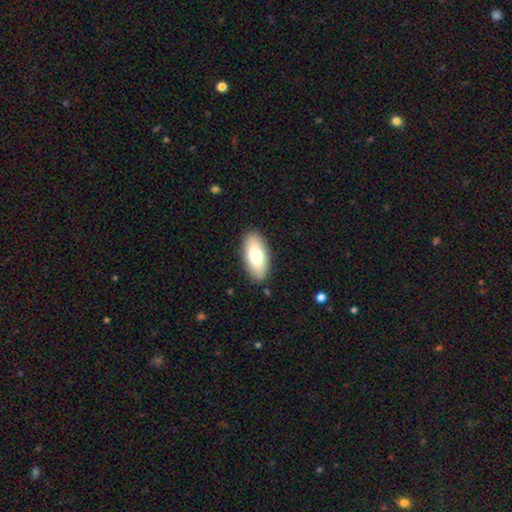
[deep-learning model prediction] A smooth galaxy with no disk features (74%) that is in between round and cigar-shaped (88%).

Vote fractions:
- Smooth or featured? smooth: 74% / featured or disk: 20% / star or artifact: 6%
- How rounded? in between: 88% / cigar-shaped: 9% / round: 3%
- Merging? none: 87% / minor disturbance: 9% / major disturbance: 2% / merger: 1%